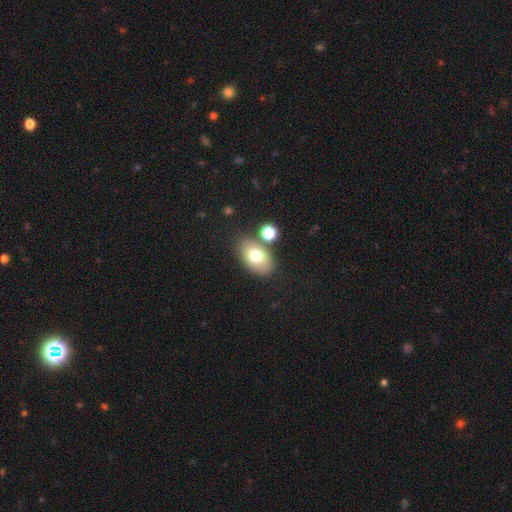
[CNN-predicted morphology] A smooth galaxy with no disk features (75%) that is in between round and cigar-shaped (88%).

Vote fractions:
- Smooth or featured? smooth: 75% / featured or disk: 16% / star or artifact: 9%
- How rounded? in between: 88% / round: 11% / cigar-shaped: 1%
- Merging? none: 73% / merger: 12% / minor disturbance: 11% / major disturbance: 3%